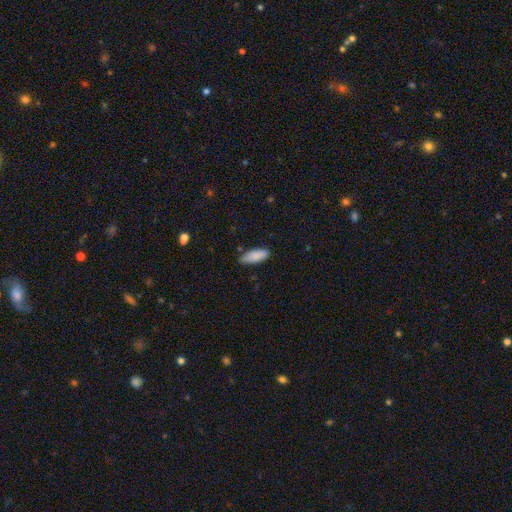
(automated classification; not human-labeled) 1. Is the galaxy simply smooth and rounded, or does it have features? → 87% smooth, 7% featured or disk, 6% star or artifact.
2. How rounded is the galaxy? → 77% in between, 21% cigar-shaped, 2% round.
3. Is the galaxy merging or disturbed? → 74% none, 22% minor disturbance, 3% major disturbance, 2% merger.